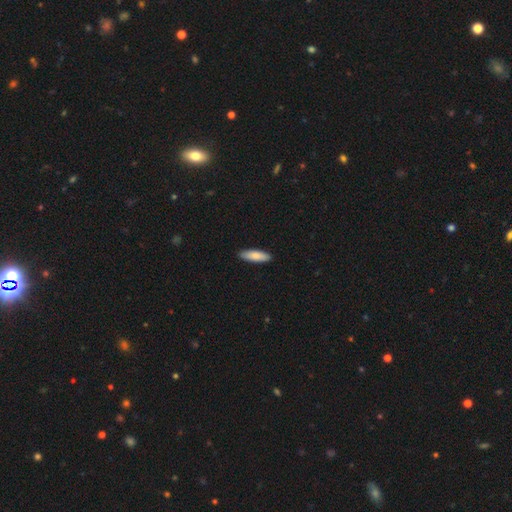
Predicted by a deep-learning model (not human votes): Smooth or featured: smooth — 83% (featured or disk — 11%)
How rounded: cigar-shaped — 54% (in between — 44%)
Merging: none — 90% (minor disturbance — 7%)